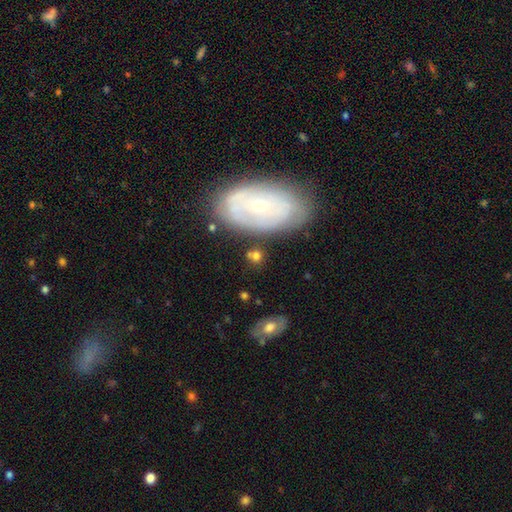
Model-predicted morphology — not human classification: A smooth galaxy with no disk features (61%) that is round (53%). Merging: none (70%).